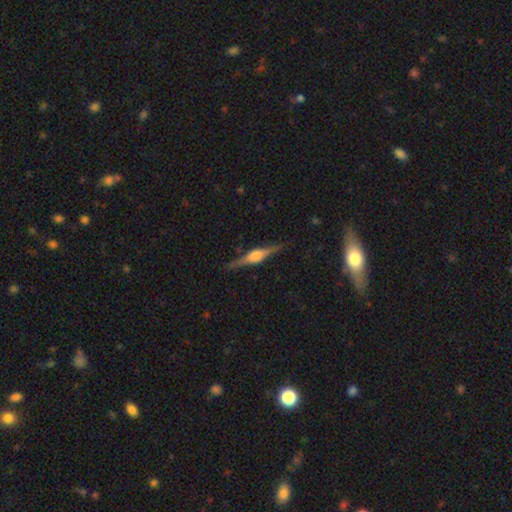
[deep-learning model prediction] Overall: featured or disk (81%). Edge-on disk: yes (98%). Edge-on bulge: rounded (84%). Merging: none (89%).